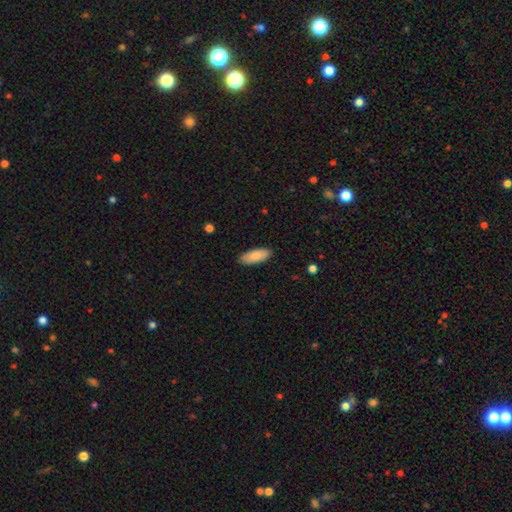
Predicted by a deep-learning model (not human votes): Smooth or featured? smooth (87%)
How rounded? in between (77%)
Merging? none (89%)